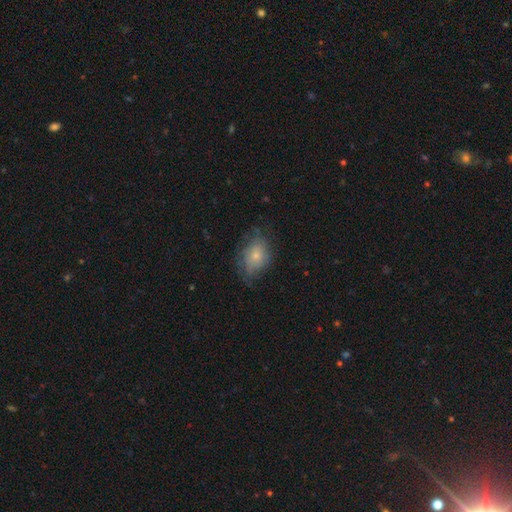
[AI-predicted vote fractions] This appears to be a smooth galaxy with no disk features (69%) that is in between round and cigar-shaped (72%). Merging: none (59%).